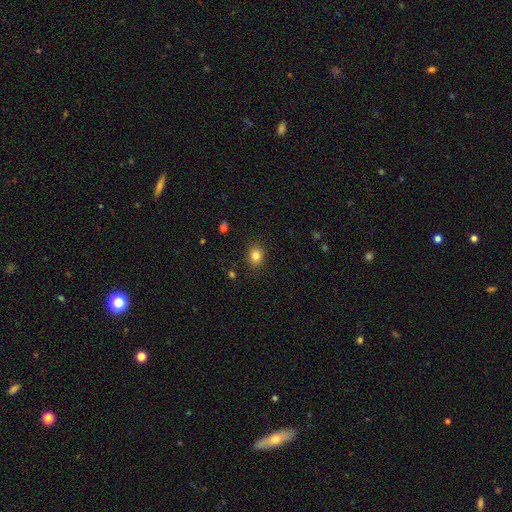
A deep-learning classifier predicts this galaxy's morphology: Q: Smooth or featured?
A: smooth (83%); runner-up: star or artifact (12%)
Q: How rounded?
A: round (59%); runner-up: in between (40%)
Q: Merging?
A: none (86%); runner-up: minor disturbance (10%)